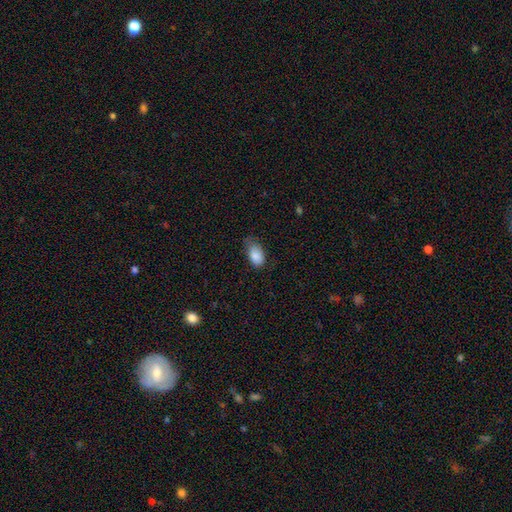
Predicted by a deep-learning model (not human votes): Overall: smooth (86%). How rounded: in between (92%). Merging: none (47%; minor disturbance 40%).